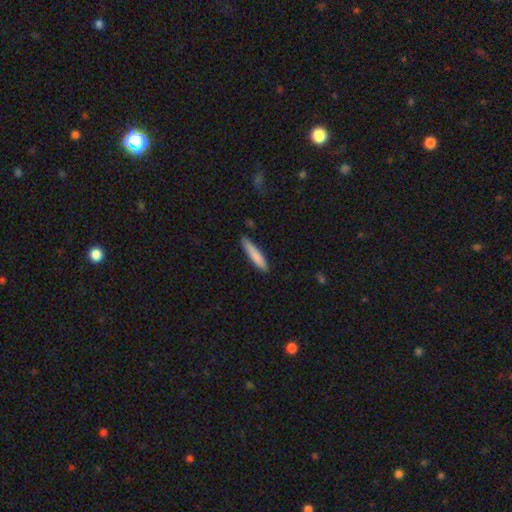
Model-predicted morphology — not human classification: type=smooth (81%); roundness=cigar-shaped (90%); merging=none (83%).